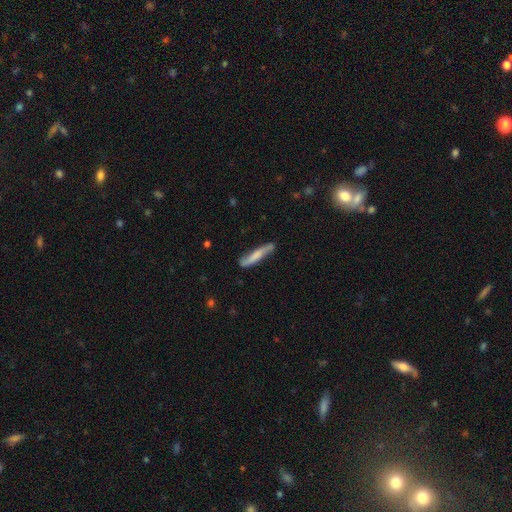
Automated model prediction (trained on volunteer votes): Smooth or featured: smooth — 55% (featured or disk — 39%)
How rounded: cigar-shaped — 90% (in between — 8%)
Merging: none — 73% (minor disturbance — 20%)